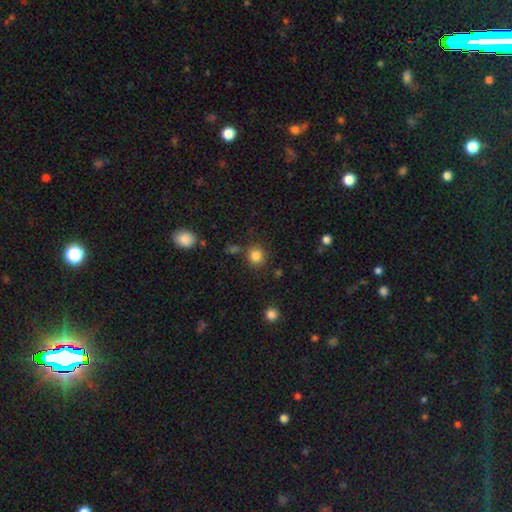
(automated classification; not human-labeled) Smooth or featured? Predicted: smooth (p=0.84). How rounded? Predicted: round (p=0.85). Merging? Predicted: none (p=0.83).